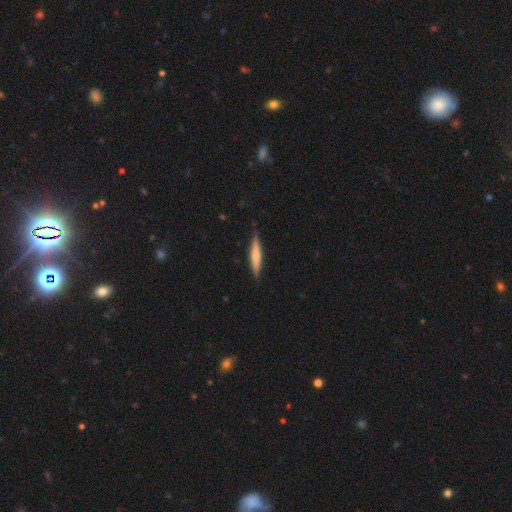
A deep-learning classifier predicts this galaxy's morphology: Smooth or featured? smooth (62%)
How rounded? cigar-shaped (90%)
Merging? none (87%)